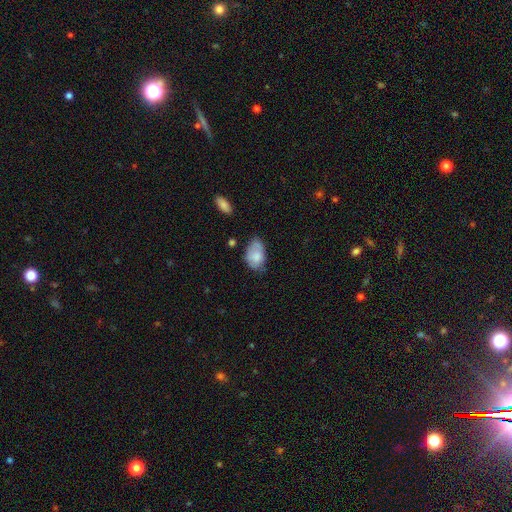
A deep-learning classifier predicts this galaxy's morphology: Smooth or featured: smooth — 75% (featured or disk — 18%)
How rounded: in between — 89% (round — 10%)
Merging: none — 47% (minor disturbance — 36%)